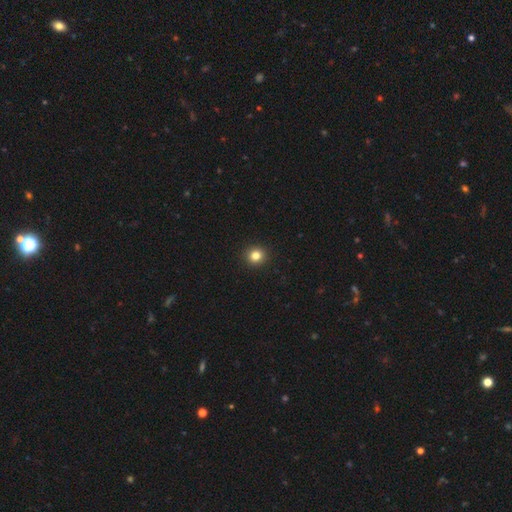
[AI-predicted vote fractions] A smooth galaxy with no disk features (82%) that is round (90%).

Vote fractions:
- Smooth or featured? smooth: 82% / star or artifact: 12% / featured or disk: 5%
- How rounded? round: 90% / in between: 9% / cigar-shaped: 1%
- Merging? none: 93% / minor disturbance: 4% / major disturbance: 1% / merger: 1%